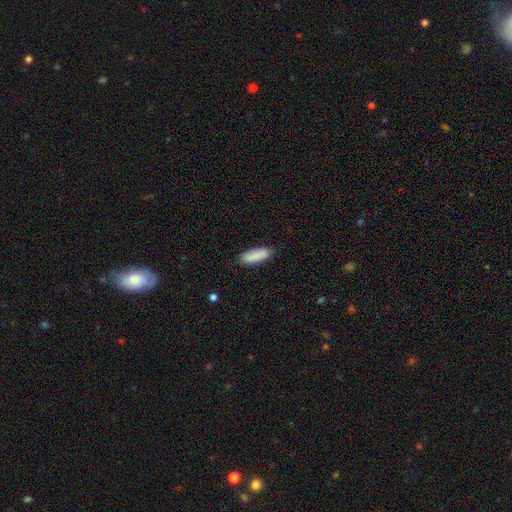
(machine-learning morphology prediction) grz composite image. It shows a smooth galaxy with no disk features (88%) that is in between round and cigar-shaped (59%). Merging: none (83%).